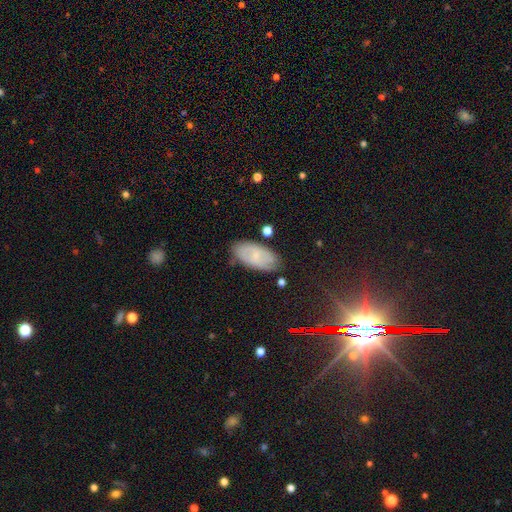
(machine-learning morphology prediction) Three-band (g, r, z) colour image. It shows a smooth galaxy with no disk features (56%) that is in between round and cigar-shaped (92%). Merging: none (79%).